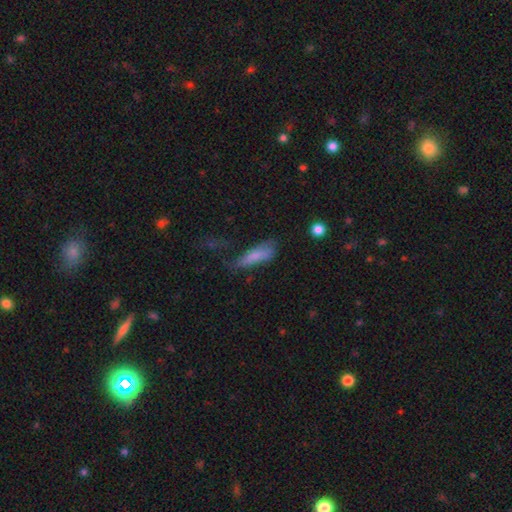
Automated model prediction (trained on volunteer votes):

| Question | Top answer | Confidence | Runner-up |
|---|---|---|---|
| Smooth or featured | smooth | 74% | featured or disk (17%) |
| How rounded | cigar-shaped | 55% | in between (43%) |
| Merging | none | 40% | minor disturbance (31%) |